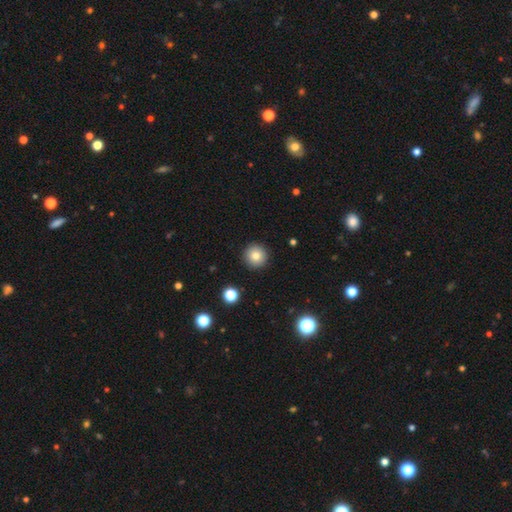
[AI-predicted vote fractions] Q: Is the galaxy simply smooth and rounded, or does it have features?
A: smooth — 81%.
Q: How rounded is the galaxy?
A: round — 95%.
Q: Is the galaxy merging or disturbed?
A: none — 92%.